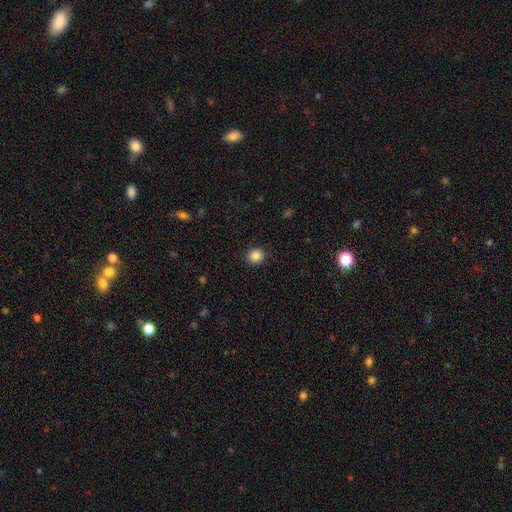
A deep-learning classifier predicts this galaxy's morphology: Overall: smooth (86%). How rounded: round (88%). Merging: none (92%).